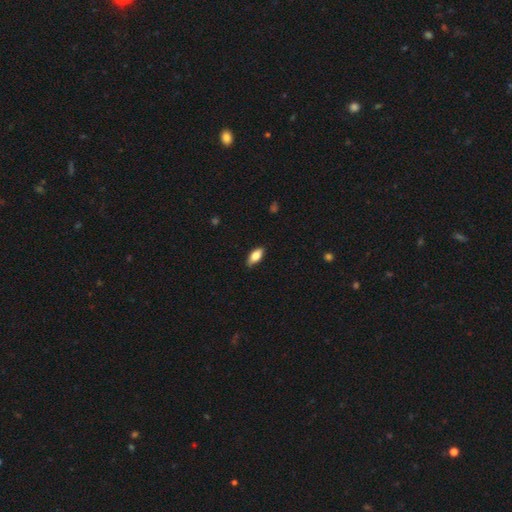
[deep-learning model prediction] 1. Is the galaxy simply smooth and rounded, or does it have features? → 79% smooth, 14% featured or disk, 7% star or artifact.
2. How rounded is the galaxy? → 86% in between, 11% cigar-shaped, 3% round.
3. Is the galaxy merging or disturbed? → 83% none, 14% minor disturbance, 2% major disturbance, 1% merger.